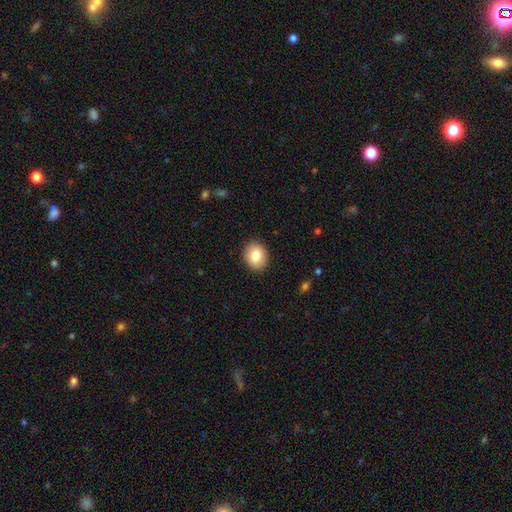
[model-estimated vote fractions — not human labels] This appears to be a smooth galaxy with no disk features (84%) that is round (53%). Merging: none (89%).